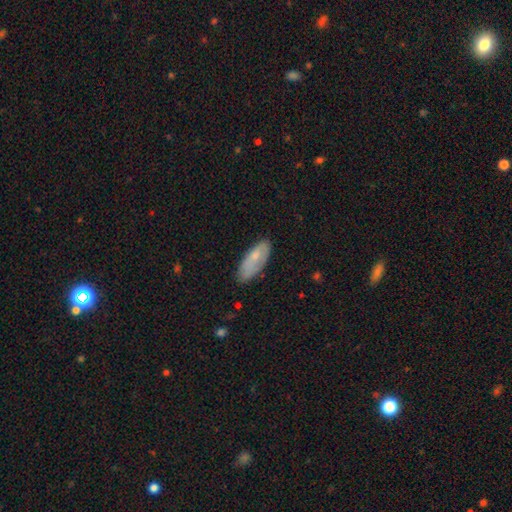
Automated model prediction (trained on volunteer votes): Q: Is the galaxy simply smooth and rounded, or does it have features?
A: smooth — 69%.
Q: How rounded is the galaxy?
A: in between — 75%.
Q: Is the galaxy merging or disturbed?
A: none — 76%.